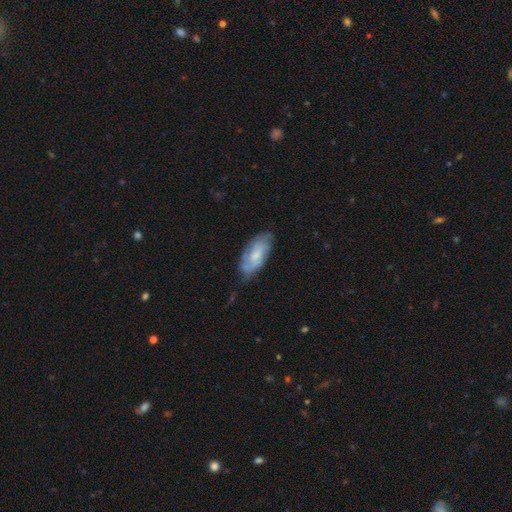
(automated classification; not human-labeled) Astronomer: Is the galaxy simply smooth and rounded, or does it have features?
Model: smooth — 48% (runner-up: featured or disk, 46%).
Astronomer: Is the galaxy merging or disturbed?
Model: none — 65%.